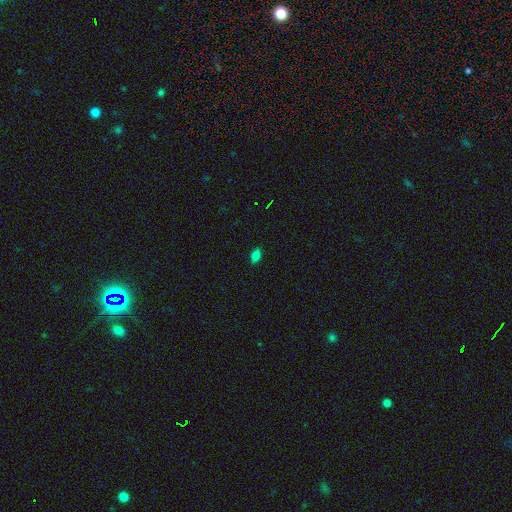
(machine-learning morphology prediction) A smooth galaxy with no disk features (79%) that is in between round and cigar-shaped (86%).

Vote fractions:
- Smooth or featured? smooth: 79% / star or artifact: 14% / featured or disk: 7%
- How rounded? in between: 86% / round: 11% / cigar-shaped: 3%
- Merging? none: 87% / minor disturbance: 10% / major disturbance: 2% / merger: 1%